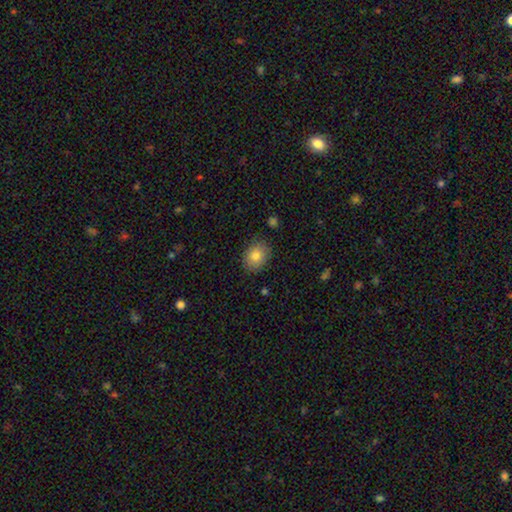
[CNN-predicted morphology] This is clearly a smooth galaxy (83%). How rounded: possibly in between (55%). Merging: clearly none (85%).